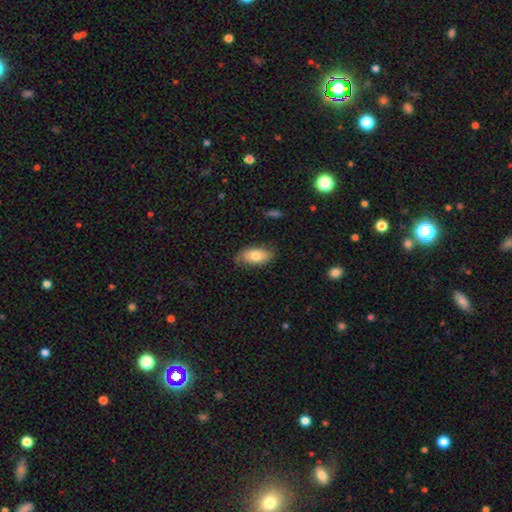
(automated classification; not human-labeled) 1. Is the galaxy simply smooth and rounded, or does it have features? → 71% smooth, 22% featured or disk, 7% star or artifact.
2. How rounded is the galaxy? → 92% in between, 4% round, 4% cigar-shaped.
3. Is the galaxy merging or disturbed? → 72% none, 21% minor disturbance, 5% major disturbance, 1% merger.